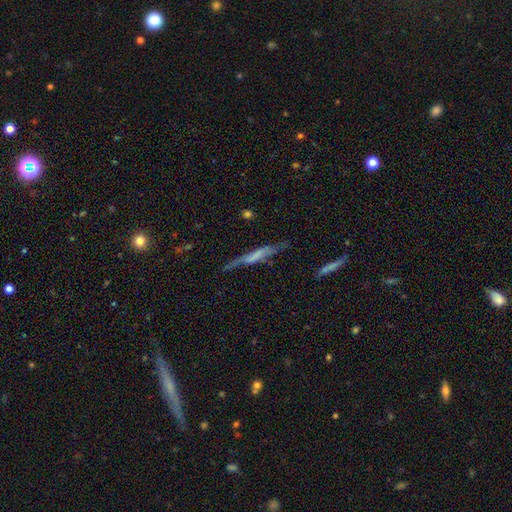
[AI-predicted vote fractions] Smooth or featured? Predicted: featured or disk (p=0.56). Edge-on disk? Predicted: yes (p=0.81). Merging? Predicted: none (p=0.58).